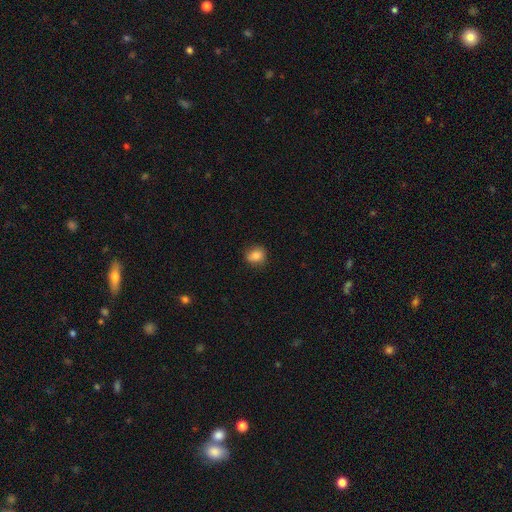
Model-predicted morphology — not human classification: smooth_or_featured: smooth (p=0.82) [alt: star or artifact p=0.10]
how_rounded: round (p=0.63) [alt: in between p=0.36]
merging: none (p=0.83) [alt: minor disturbance p=0.13]